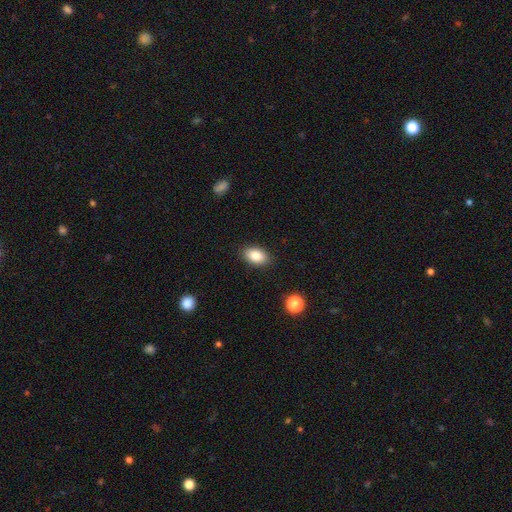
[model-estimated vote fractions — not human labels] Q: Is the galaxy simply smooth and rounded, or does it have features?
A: smooth — 85%.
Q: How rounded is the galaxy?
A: in between — 89%.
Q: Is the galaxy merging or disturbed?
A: none — 88%.